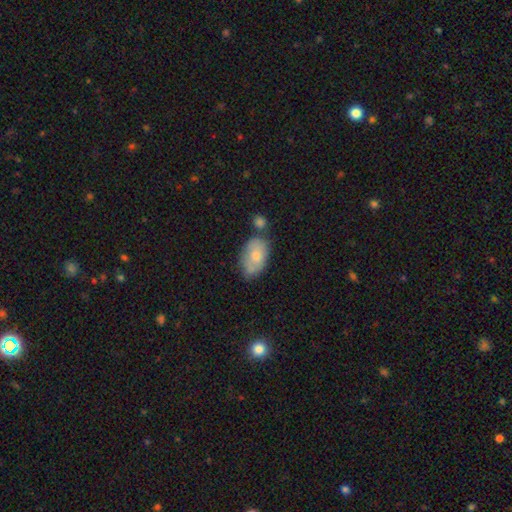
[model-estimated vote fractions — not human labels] The model was most divided on "merging": none: 50%, minor disturbance: 26%, merger: 18%, major disturbance: 7%. More confident: how rounded — in between (91%); smooth or featured — smooth (71%).